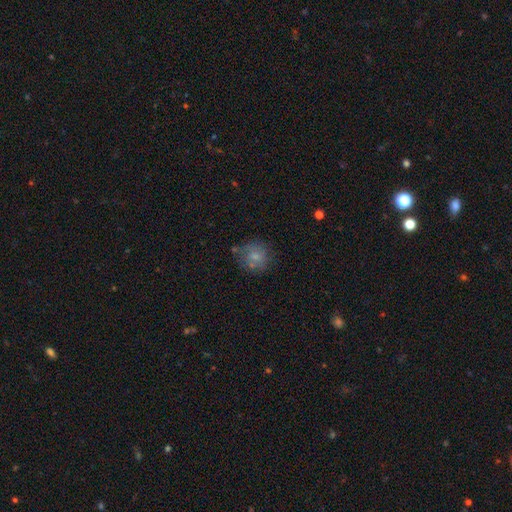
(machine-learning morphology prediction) Smooth or featured? Predicted: smooth (p=0.66). How rounded? Predicted: round (p=0.84). Merging? Predicted: none (p=0.61).